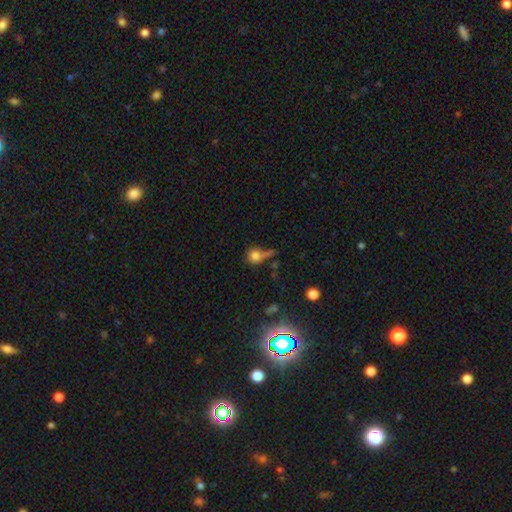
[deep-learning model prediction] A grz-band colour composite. It shows a smooth galaxy with no disk features (75%) that is round (81%). Merging: none (41%).